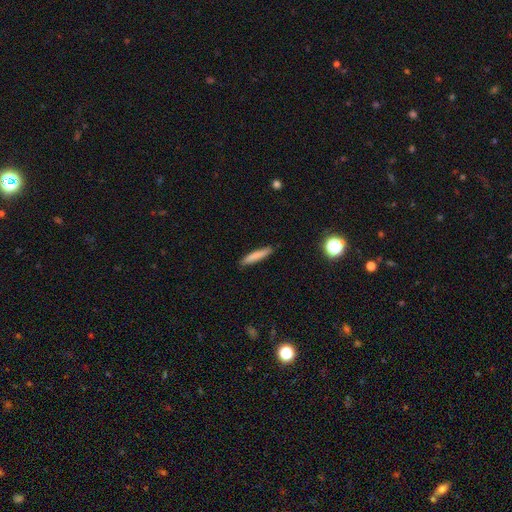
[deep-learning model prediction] A smooth galaxy with no disk features (80%) that is cigar-shaped (91%).

Vote fractions:
- Smooth or featured? smooth: 80% / featured or disk: 13% / star or artifact: 7%
- How rounded? cigar-shaped: 91% / in between: 8% / round: 1%
- Merging? none: 88% / minor disturbance: 9% / major disturbance: 2% / merger: 1%